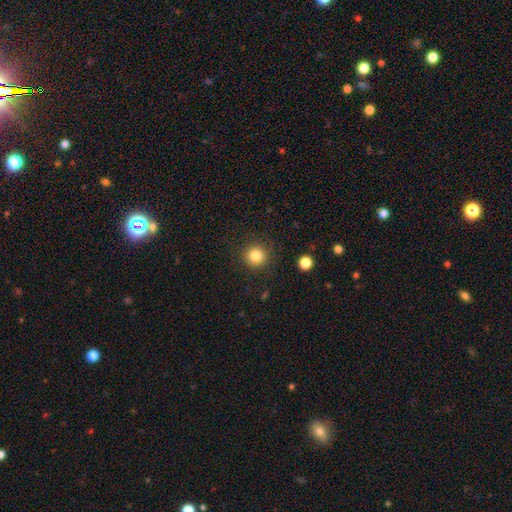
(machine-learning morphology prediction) A smooth galaxy with no disk features (83%) that is round (94%). Merging: none (90%).